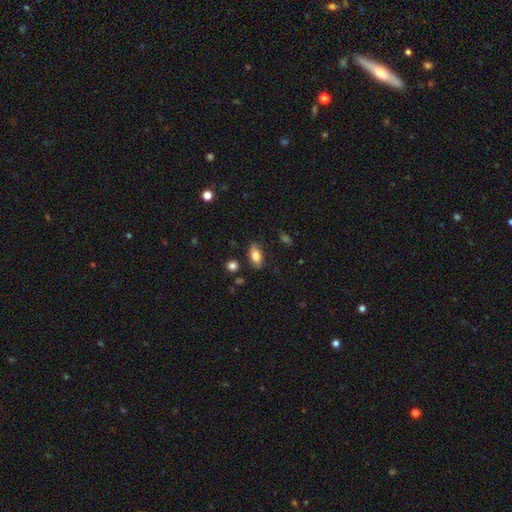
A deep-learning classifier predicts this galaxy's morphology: Q: Smooth or featured?
A: smooth (78%); runner-up: featured or disk (14%)
Q: How rounded?
A: in between (89%); runner-up: cigar-shaped (6%)
Q: Merging?
A: none (73%); runner-up: minor disturbance (20%)